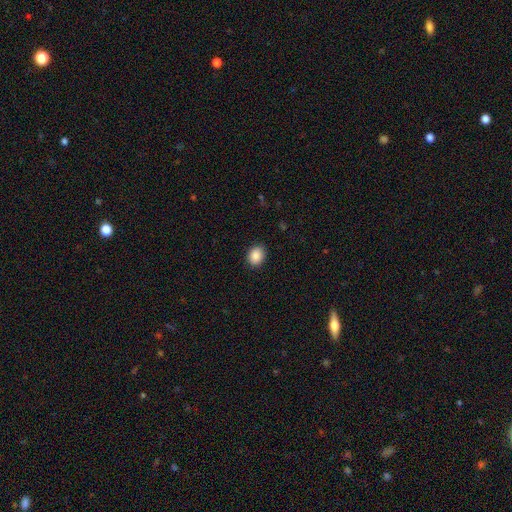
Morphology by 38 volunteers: This is clearly a smooth galaxy (89%). How rounded: possibly round (53%). Merging: clearly none (86%).